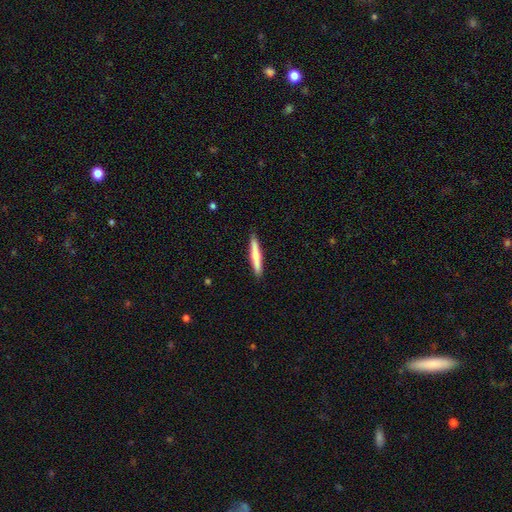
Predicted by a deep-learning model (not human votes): Smooth or featured? smooth (70%)
How rounded? cigar-shaped (95%)
Merging? none (91%)